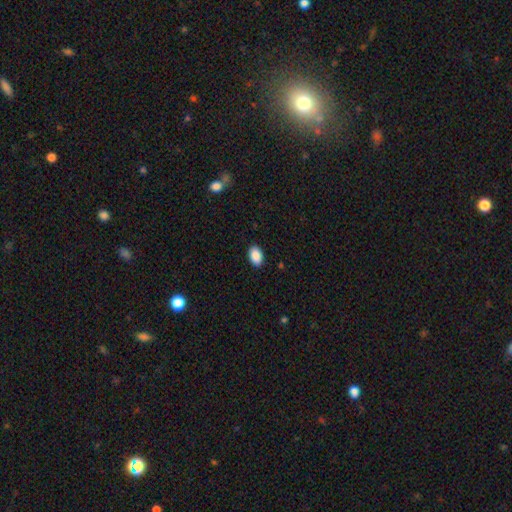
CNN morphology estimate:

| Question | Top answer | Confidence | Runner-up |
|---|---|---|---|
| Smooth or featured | smooth | 89% | star or artifact (7%) |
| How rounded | in between | 91% | round (8%) |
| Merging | none | 89% | minor disturbance (8%) |